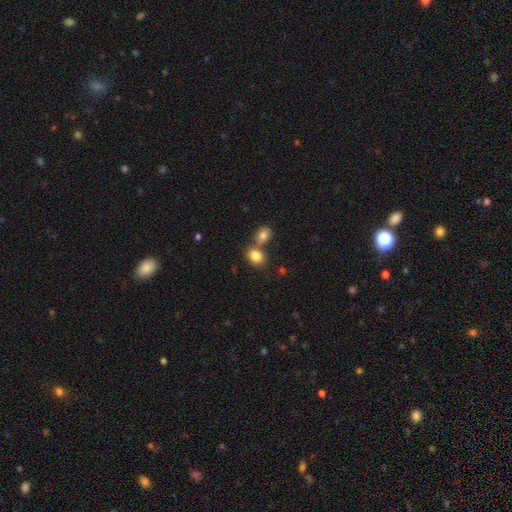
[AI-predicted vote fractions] This is clearly a smooth galaxy (83%). How rounded: possibly in between (60%). Merging: marginally none (45%).